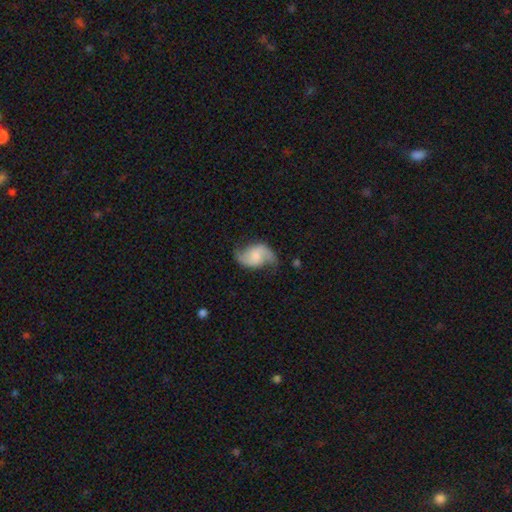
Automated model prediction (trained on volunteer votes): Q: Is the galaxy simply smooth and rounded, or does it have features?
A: featured or disk — 81%.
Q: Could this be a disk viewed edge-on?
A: no — 98%.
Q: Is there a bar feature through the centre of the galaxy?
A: no — 54%.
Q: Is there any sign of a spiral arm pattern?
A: yes — 96%.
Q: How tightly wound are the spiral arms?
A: loose — 61%.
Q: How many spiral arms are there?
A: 2 — 93%.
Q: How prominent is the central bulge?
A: small — 31%.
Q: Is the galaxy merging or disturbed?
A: none — 71%.